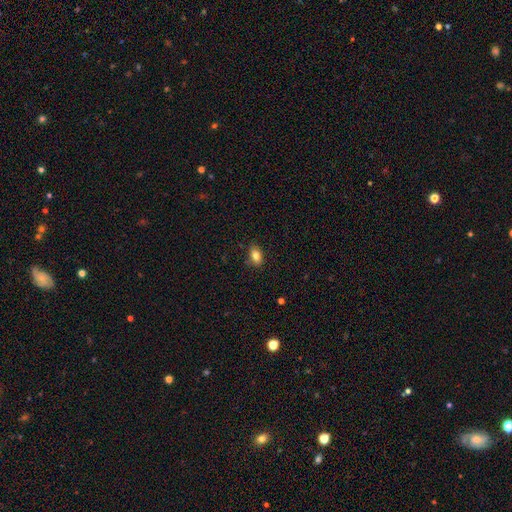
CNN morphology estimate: Smooth or featured?
  - smooth: 82% *
  - star or artifact: 9%
  - featured or disk: 8%
How rounded?
  - in between: 83% *
  - round: 15%
  - cigar-shaped: 2%
Merging?
  - none: 83% *
  - minor disturbance: 13%
  - major disturbance: 2%
  - merger: 1%